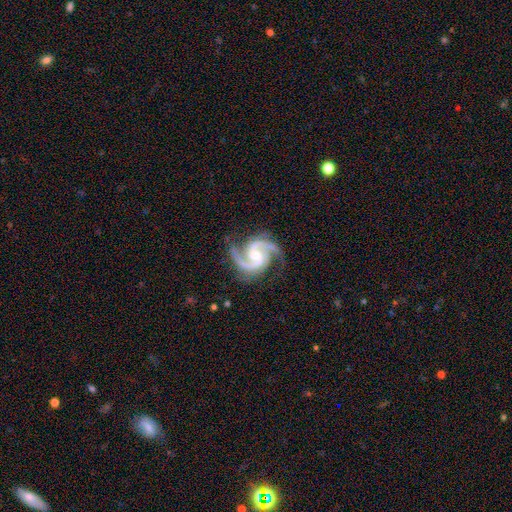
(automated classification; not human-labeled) A featured or disk galaxy (94%) with no bar (49%), 2 (73%) medium (66%) spiral arms (99%) and a moderate central bulge (53%). Merging: none (78%).